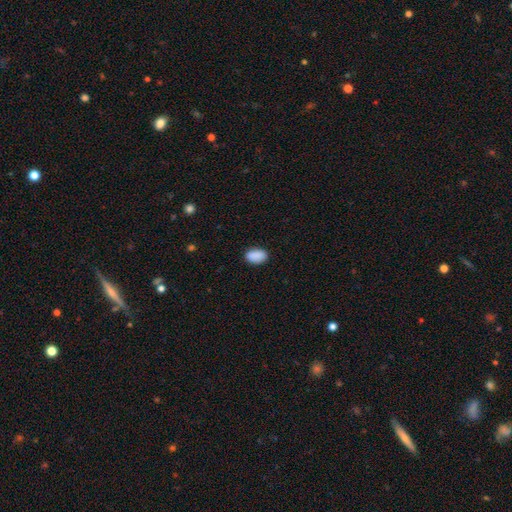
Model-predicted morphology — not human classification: Smooth or featured? smooth (90%)
How rounded? in between (89%)
Merging? none (86%)